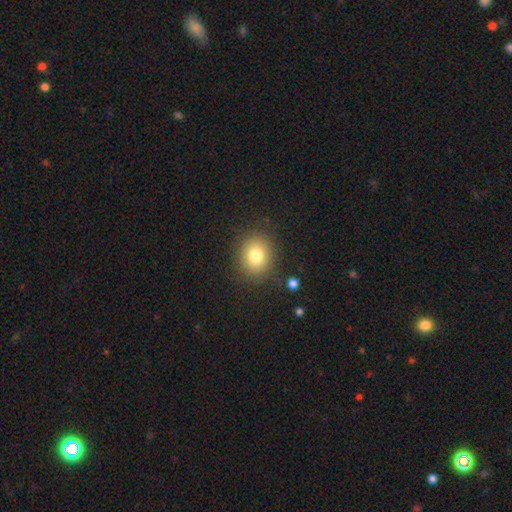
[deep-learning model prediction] Q: Smooth or featured?
A: smooth (79%); runner-up: star or artifact (12%)
Q: How rounded?
A: round (71%); runner-up: in between (28%)
Q: Merging?
A: none (86%); runner-up: minor disturbance (9%)